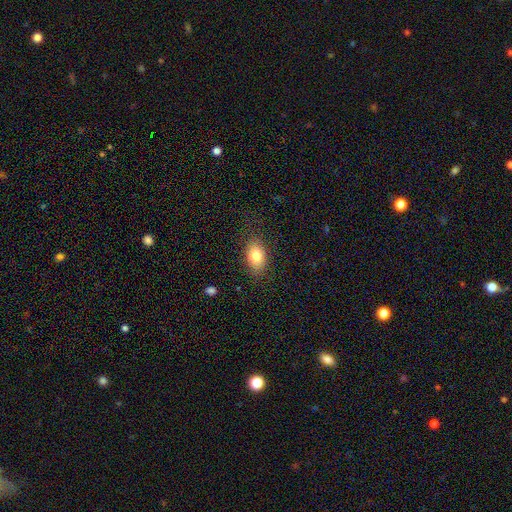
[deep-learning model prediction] This appears to be a smooth galaxy with no disk features (80%) that is in between round and cigar-shaped (86%). Merging: none (82%).